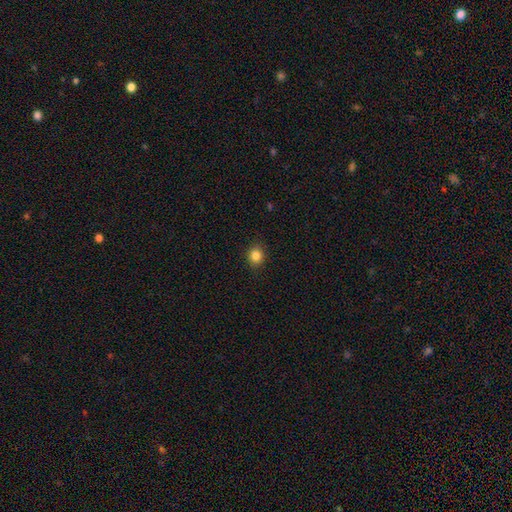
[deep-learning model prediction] The model was most divided on "how rounded": round: 73%, in between: 26%, cigar-shaped: 1%. More confident: merging — none (89%); smooth or featured — smooth (85%).